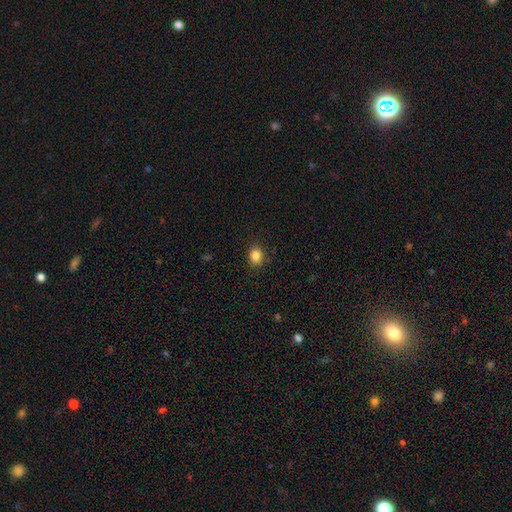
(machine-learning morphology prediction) Overall: smooth (85%). How rounded: round (62%; in between 37%). Merging: none (89%).